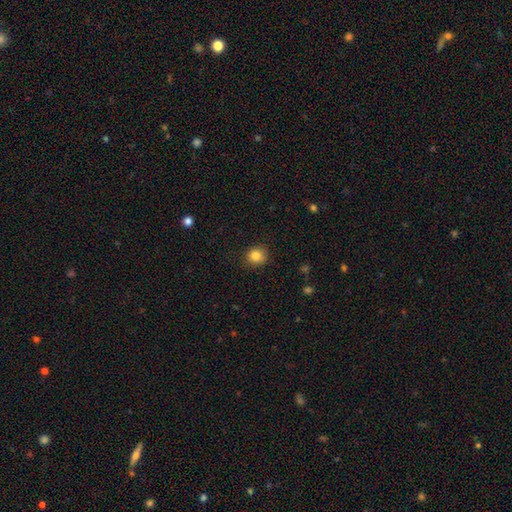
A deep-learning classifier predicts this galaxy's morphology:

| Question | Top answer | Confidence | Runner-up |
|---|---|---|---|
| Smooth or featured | smooth | 84% | star or artifact (10%) |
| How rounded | round | 88% | in between (11%) |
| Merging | none | 88% | minor disturbance (9%) |